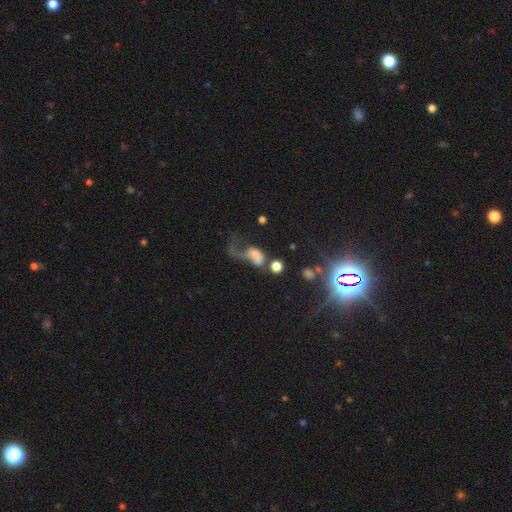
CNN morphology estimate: smooth-or-featured: smooth: 51% | featured or disk: 35% | star or artifact: 14%
  how-rounded: in between: 72% | round: 24% | cigar-shaped: 4%
  merging: major disturbance: 53% | merger: 20% | none: 15% | minor disturbance: 11%